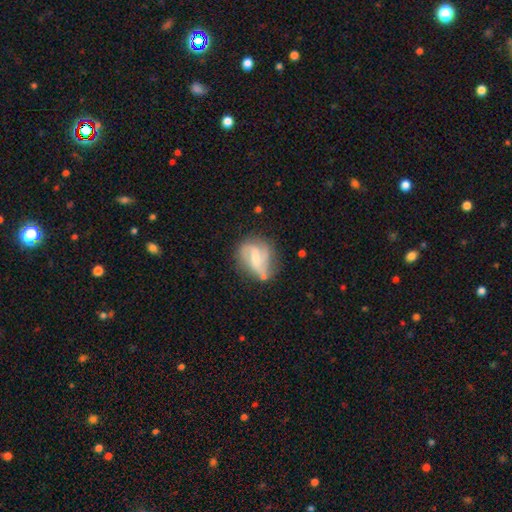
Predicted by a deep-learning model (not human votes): featured or disk 69%, smooth 23%, star or artifact 8%. Down the decision tree: edge-on disk — no (96%); bar — weak (46%); spiral arms — yes (84%); spiral arm count — 2 (61%); spiral winding — loose (41%); bulge size — small (51%); merging — none (58%).